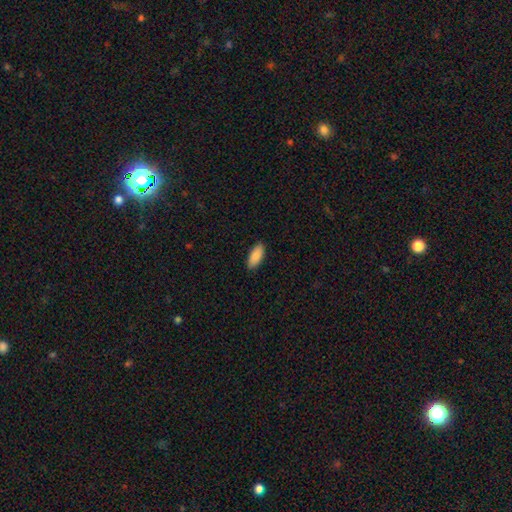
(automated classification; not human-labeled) Smooth or featured?
  - smooth: 88% *
  - featured or disk: 6%
  - star or artifact: 6%
How rounded?
  - in between: 86% *
  - cigar-shaped: 12%
  - round: 2%
Merging?
  - none: 88% *
  - minor disturbance: 9%
  - major disturbance: 2%
  - merger: 1%